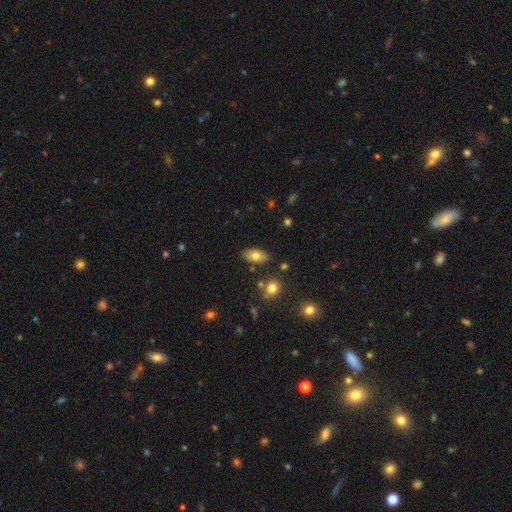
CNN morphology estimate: Smooth or featured?
  - smooth: 76% *
  - featured or disk: 16%
  - star or artifact: 8%
How rounded?
  - in between: 91% *
  - round: 5%
  - cigar-shaped: 3%
Merging?
  - none: 83% *
  - minor disturbance: 11%
  - merger: 3%
  - major disturbance: 3%